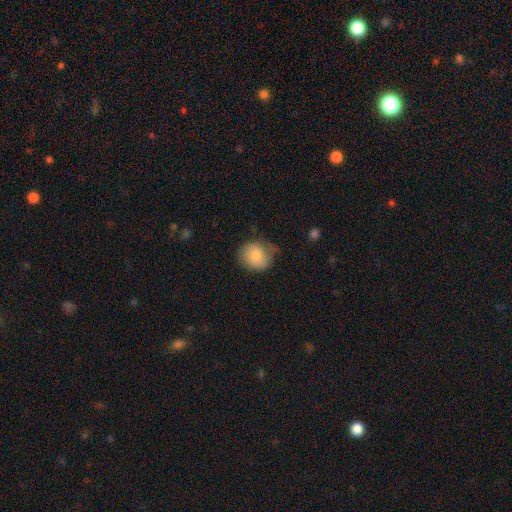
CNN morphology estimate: Smooth or featured? smooth (79%)
How rounded? round (75%)
Merging? none (58%)